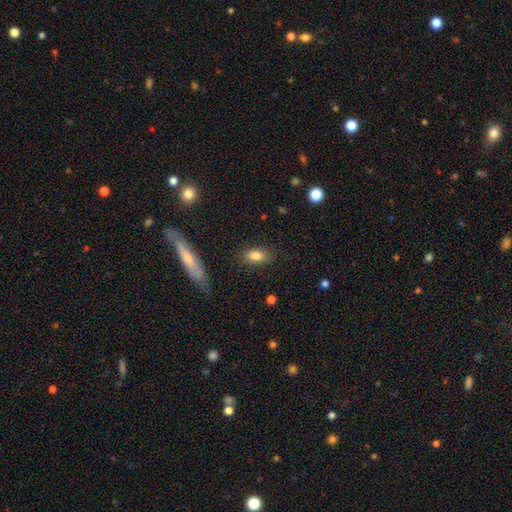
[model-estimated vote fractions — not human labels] The model was most divided on "merging": none: 83%, minor disturbance: 12%, major disturbance: 3%, merger: 2%. More confident: how rounded — in between (85%); smooth or featured — smooth (83%).